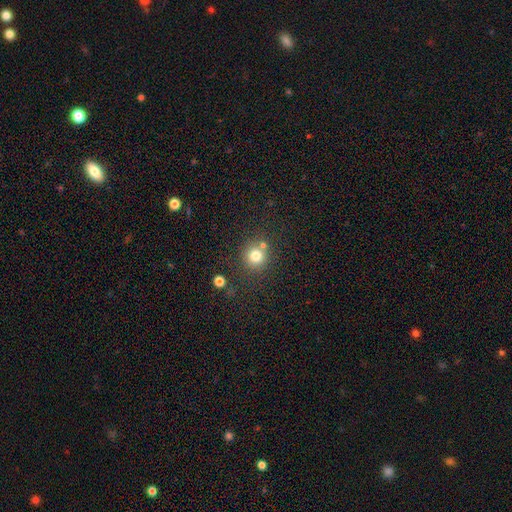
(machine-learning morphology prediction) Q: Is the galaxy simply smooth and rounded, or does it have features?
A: smooth — 78%.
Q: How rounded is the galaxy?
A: round — 92%.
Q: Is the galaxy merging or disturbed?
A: none — 74%.